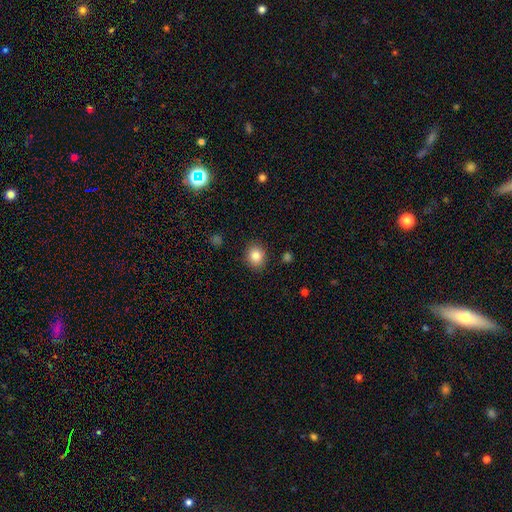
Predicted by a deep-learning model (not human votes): Q: Smooth or featured?
A: smooth (84%); runner-up: star or artifact (10%)
Q: How rounded?
A: round (68%); runner-up: in between (31%)
Q: Merging?
A: none (87%); runner-up: minor disturbance (9%)